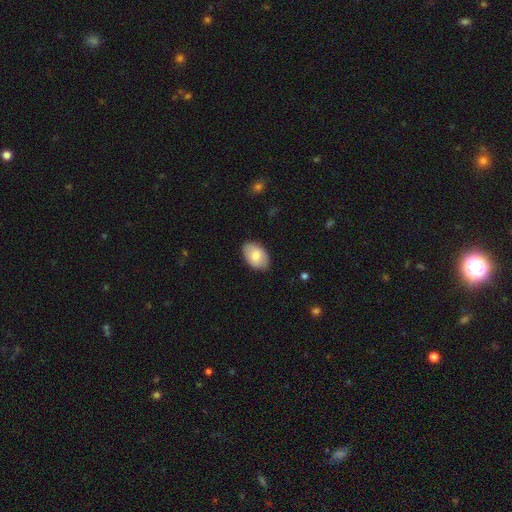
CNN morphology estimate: smooth 80%, featured or disk 14%, star or artifact 6%. Down the decision tree: how rounded — in between (91%); merging — none (85%).